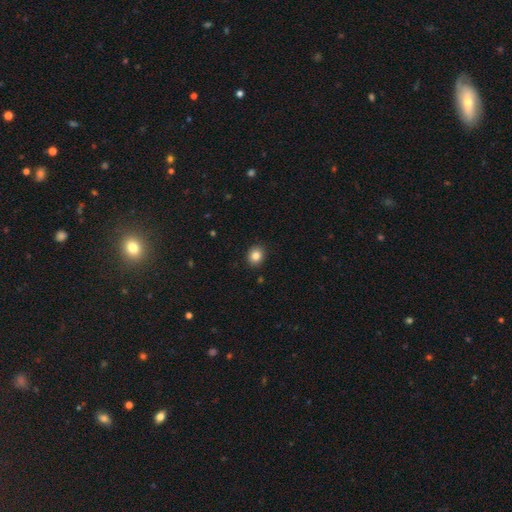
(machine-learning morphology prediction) Smooth or featured: smooth — 85% (star or artifact — 10%)
How rounded: round — 69% (in between — 30%)
Merging: none — 90% (minor disturbance — 7%)